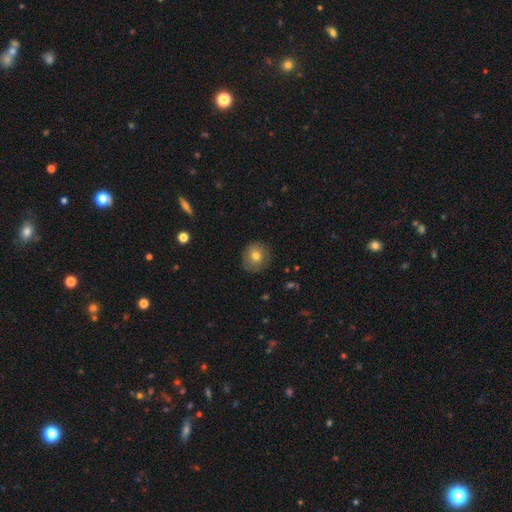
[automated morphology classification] Smooth or featured: smooth — 74% (featured or disk — 16%)
How rounded: round — 86% (in between — 13%)
Merging: none — 84% (minor disturbance — 12%)